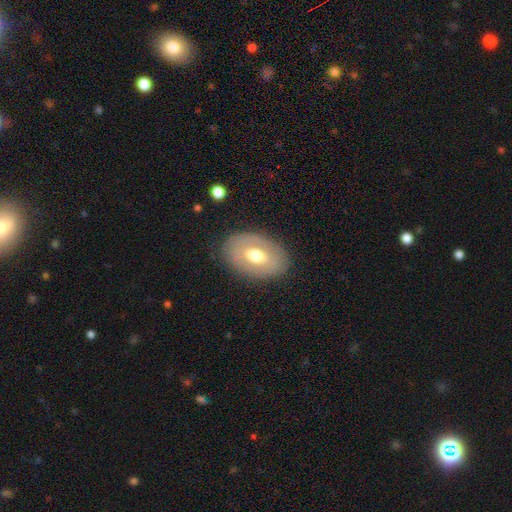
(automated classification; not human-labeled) The model was most divided on "smooth or featured": smooth: 48%, featured or disk: 46%, star or artifact: 7%. More confident: merging — none (82%).